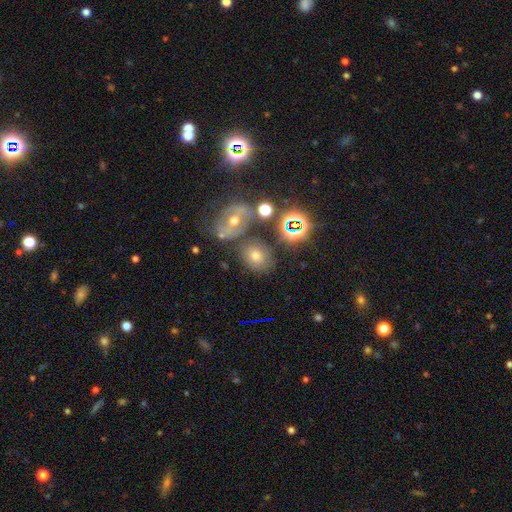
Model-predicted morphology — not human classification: A smooth galaxy with no disk features (52%) that is round (53%). Merging: none (70%).